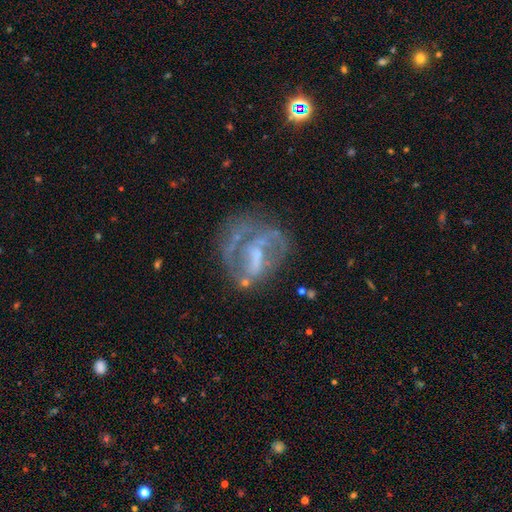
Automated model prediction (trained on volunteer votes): Q: Smooth or featured?
A: featured or disk (70%); runner-up: smooth (19%)
Q: Edge-on disk?
A: no (97%); runner-up: yes (3%)
Q: Bar?
A: no (40%); runner-up: weak (38%)
Q: Spiral arms?
A: no (55%); runner-up: yes (45%)
Q: Bulge size?
A: none (41%); runner-up: small (27%)
Q: Merging?
A: none (46%); runner-up: major disturbance (29%)